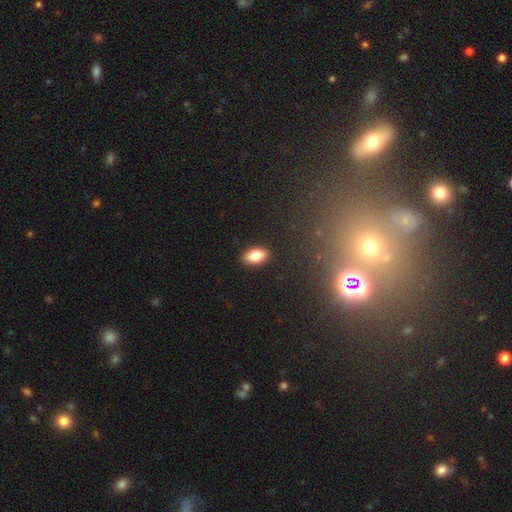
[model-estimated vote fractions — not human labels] Smooth or featured? Predicted: smooth (p=0.81). How rounded? Predicted: in between (p=0.90). Merging? Predicted: none (p=0.89).